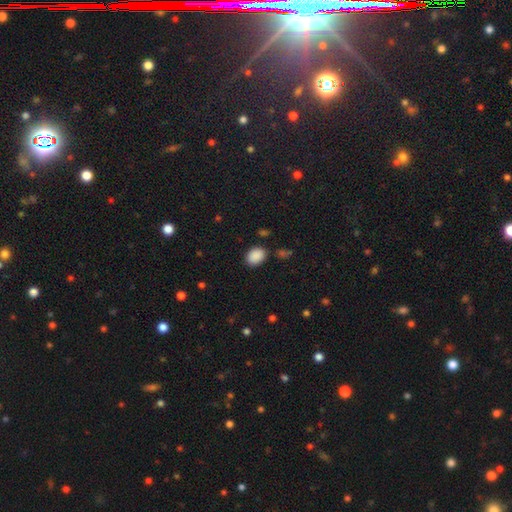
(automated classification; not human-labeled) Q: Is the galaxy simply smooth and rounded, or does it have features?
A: smooth — 89%.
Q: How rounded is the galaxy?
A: in between — 73%.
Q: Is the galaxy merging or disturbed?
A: none — 82%.